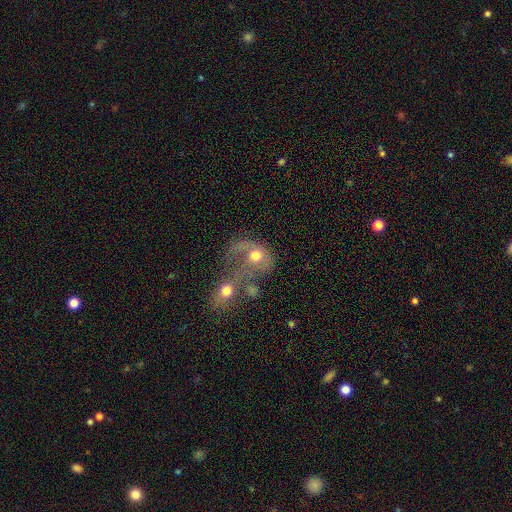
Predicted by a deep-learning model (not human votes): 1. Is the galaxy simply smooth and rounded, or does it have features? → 49% smooth, 40% featured or disk, 11% star or artifact.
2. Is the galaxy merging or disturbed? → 66% merger, 18% major disturbance, 10% none, 6% minor disturbance.